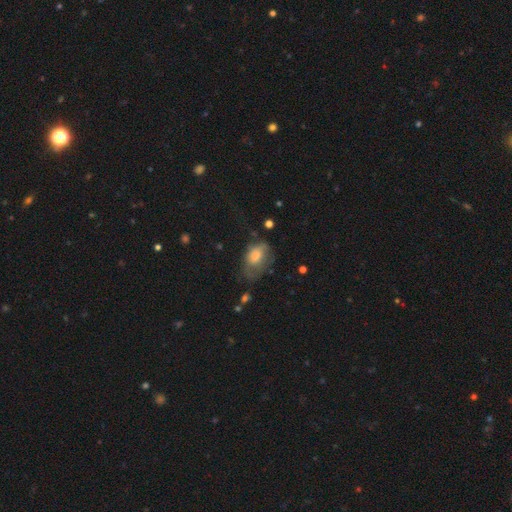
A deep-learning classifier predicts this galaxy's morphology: Overall: smooth (65%; featured or disk 26%). How rounded: in between (84%). Merging: none (35%; major disturbance 32%).